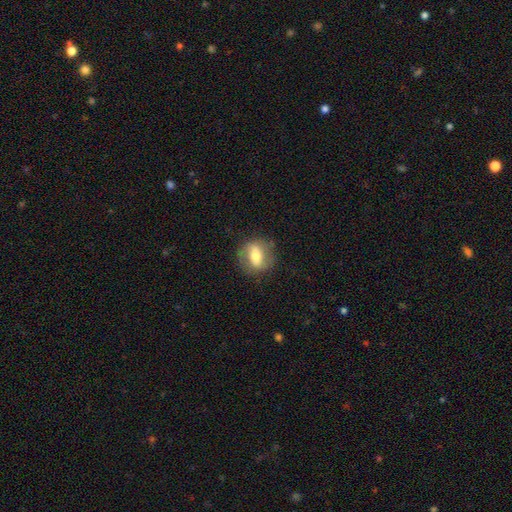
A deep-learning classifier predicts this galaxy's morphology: smooth-or-featured: smooth: 55% | featured or disk: 38% | star or artifact: 7%
  how-rounded: in between: 53% | round: 43% | cigar-shaped: 4%
  merging: none: 77% | minor disturbance: 15% | major disturbance: 6% | merger: 1%